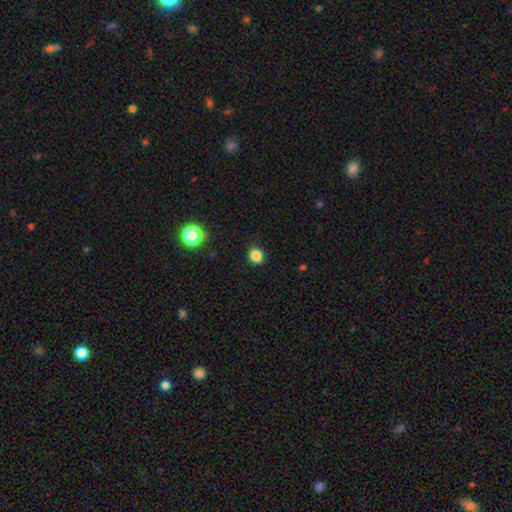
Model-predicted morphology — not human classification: The model was most divided on "how rounded": round: 68%, in between: 31%, cigar-shaped: 1%. More confident: merging — none (89%); smooth or featured — smooth (84%).